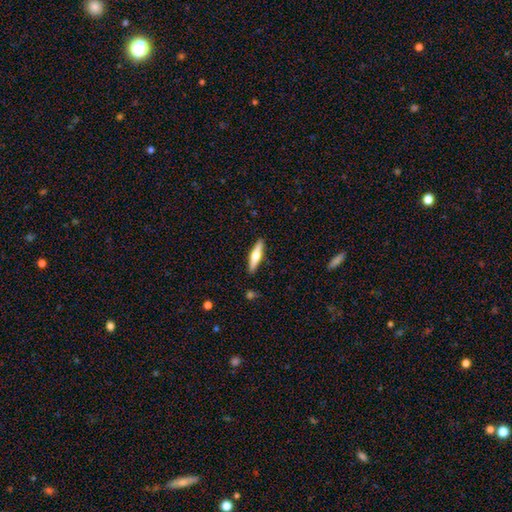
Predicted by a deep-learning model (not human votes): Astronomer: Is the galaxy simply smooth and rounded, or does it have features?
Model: featured or disk — 55% (runner-up: smooth, 40%).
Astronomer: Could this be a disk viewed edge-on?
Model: yes — 96%.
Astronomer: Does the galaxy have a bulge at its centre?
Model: rounded — 93%.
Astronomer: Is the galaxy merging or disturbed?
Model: none — 90%.